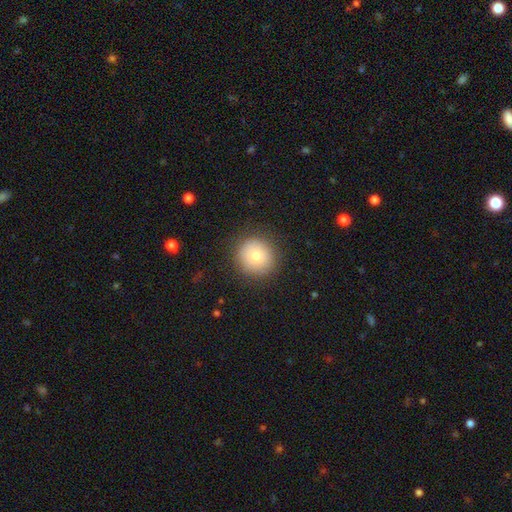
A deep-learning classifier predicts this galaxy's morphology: Smooth or featured? smooth (78%)
How rounded? round (91%)
Merging? none (87%)